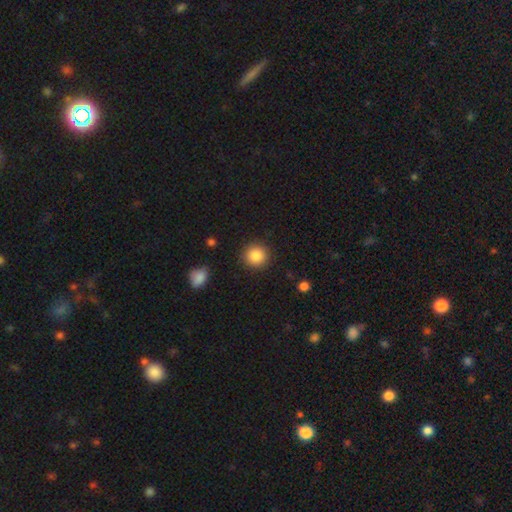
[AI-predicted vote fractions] Smooth or featured?
  - smooth: 87% *
  - star or artifact: 9%
  - featured or disk: 4%
How rounded?
  - round: 93% *
  - in between: 6%
  - cigar-shaped: 1%
Merging?
  - none: 90% *
  - minor disturbance: 6%
  - major disturbance: 2%
  - merger: 1%